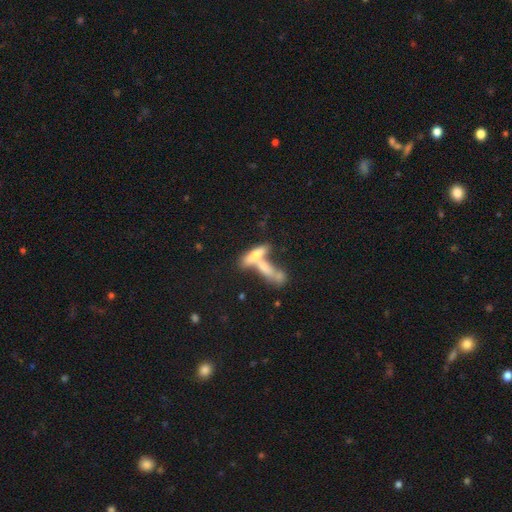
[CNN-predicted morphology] Q: Smooth or featured?
A: smooth (60%); runner-up: featured or disk (31%)
Q: How rounded?
A: cigar-shaped (64%); runner-up: in between (34%)
Q: Merging?
A: merger (58%); runner-up: none (28%)